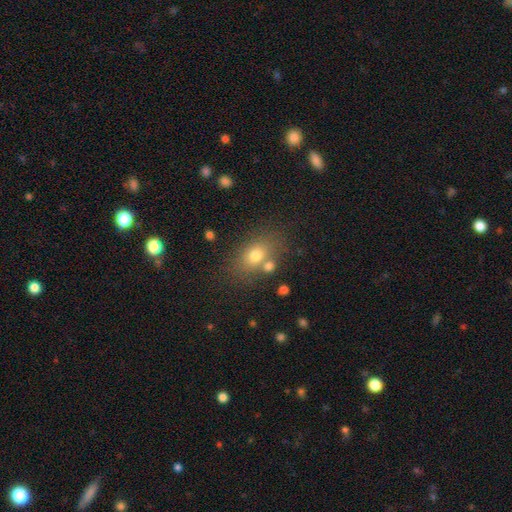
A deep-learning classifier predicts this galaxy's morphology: Smooth or featured? smooth (72%)
How rounded? in between (74%)
Merging? none (66%)